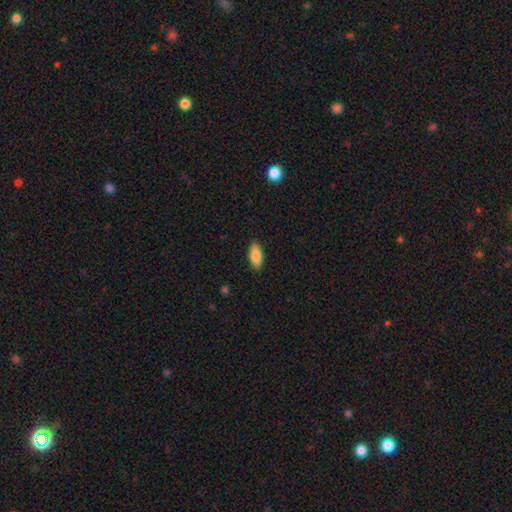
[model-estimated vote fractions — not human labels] smooth 87%, featured or disk 6%, star or artifact 6%. Down the decision tree: how rounded — in between (85%); merging — none (88%).